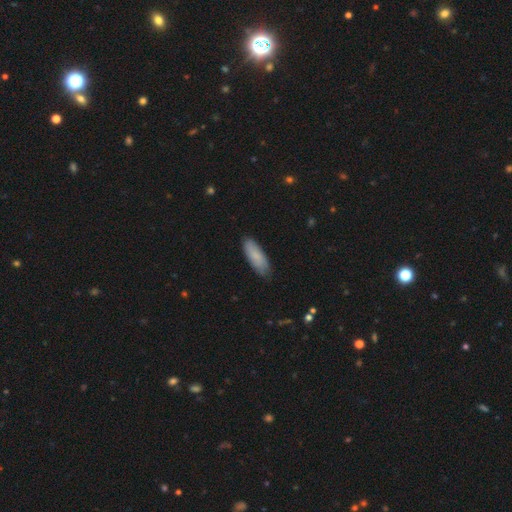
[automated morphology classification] A smooth galaxy with no disk features (81%) that is in between round and cigar-shaped (67%). Merging: none (80%).